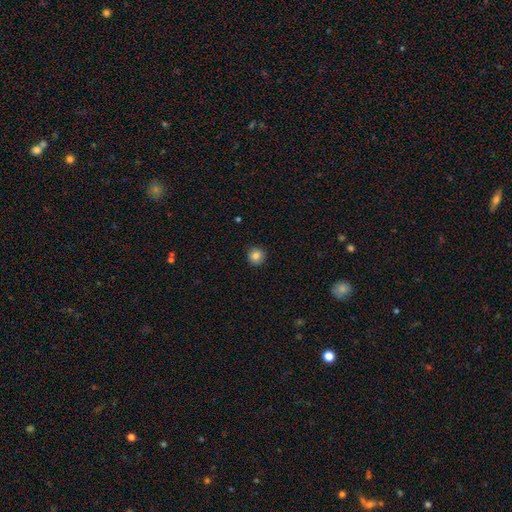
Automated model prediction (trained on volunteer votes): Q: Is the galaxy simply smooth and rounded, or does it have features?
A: smooth — 84%.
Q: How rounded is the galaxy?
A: round — 93%.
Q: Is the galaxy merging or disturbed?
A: none — 90%.